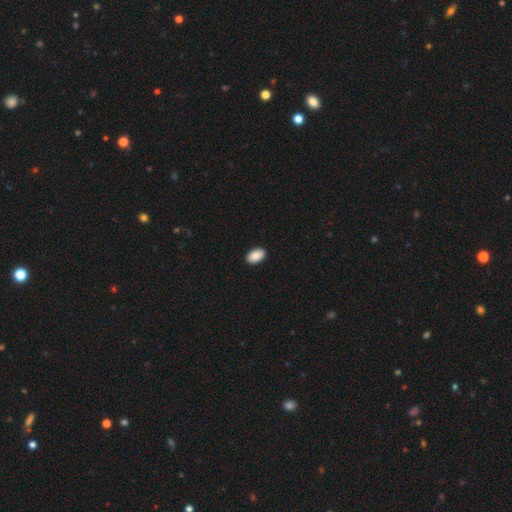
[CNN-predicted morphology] smooth-or-featured: smooth: 90% | star or artifact: 7% | featured or disk: 4%
  how-rounded: in between: 93% | round: 5% | cigar-shaped: 1%
  merging: none: 91% | minor disturbance: 7% | major disturbance: 2% | merger: 1%